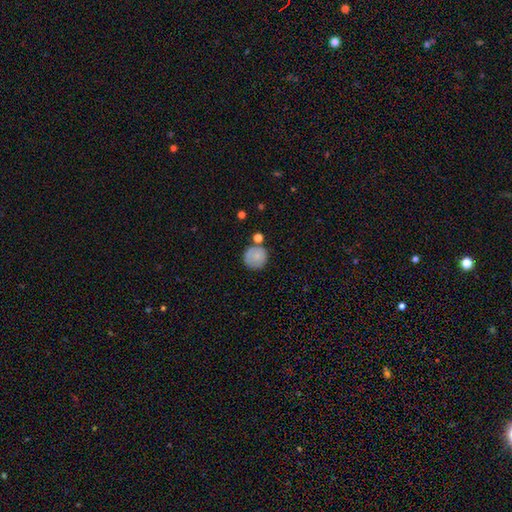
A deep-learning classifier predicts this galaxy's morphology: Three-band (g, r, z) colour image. It shows a smooth galaxy with no disk features (77%) that is round (91%). Merging: none (69%).